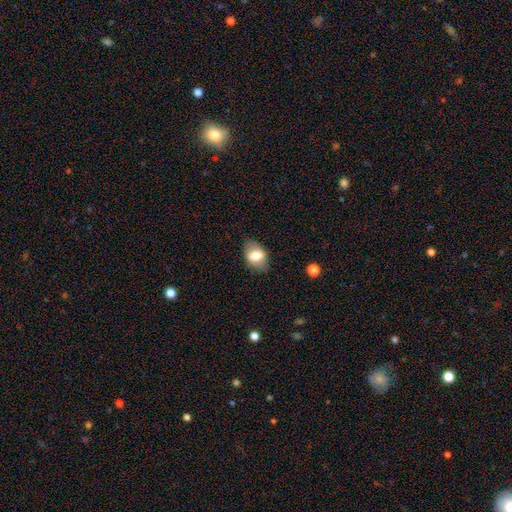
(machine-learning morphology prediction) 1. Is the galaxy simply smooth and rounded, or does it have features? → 66% smooth, 26% featured or disk, 8% star or artifact.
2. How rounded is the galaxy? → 83% in between, 15% round, 2% cigar-shaped.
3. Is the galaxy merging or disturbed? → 79% none, 16% minor disturbance, 5% major disturbance, 1% merger.